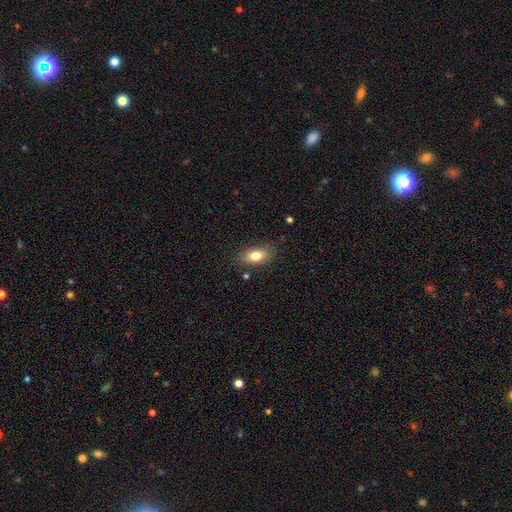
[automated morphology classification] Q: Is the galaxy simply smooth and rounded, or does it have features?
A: smooth — 79%.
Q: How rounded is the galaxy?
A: in between — 84%.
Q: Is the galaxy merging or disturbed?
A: none — 80%.